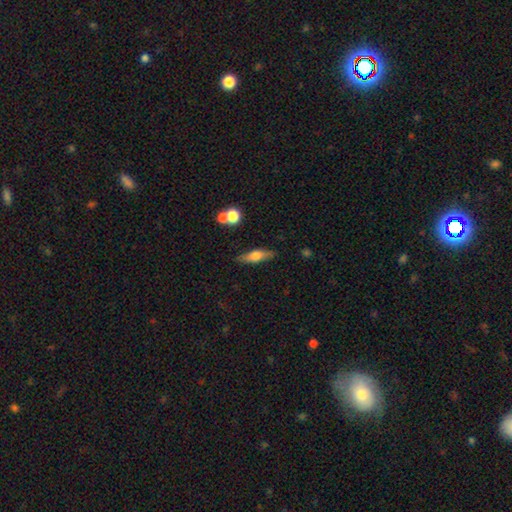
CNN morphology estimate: Smooth or featured: smooth — 53% (featured or disk — 40%)
How rounded: cigar-shaped — 56% (in between — 41%)
Merging: none — 83% (minor disturbance — 11%)